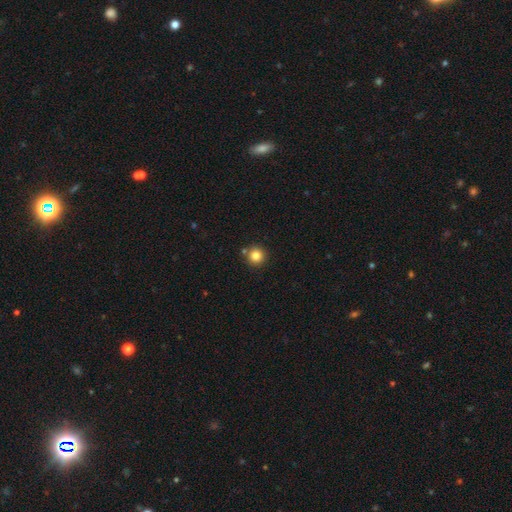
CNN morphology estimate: Smooth or featured?
  - smooth: 83% *
  - star or artifact: 11%
  - featured or disk: 6%
How rounded?
  - round: 95% *
  - in between: 4%
  - cigar-shaped: 1%
Merging?
  - none: 83% *
  - merger: 7%
  - minor disturbance: 7%
  - major disturbance: 2%